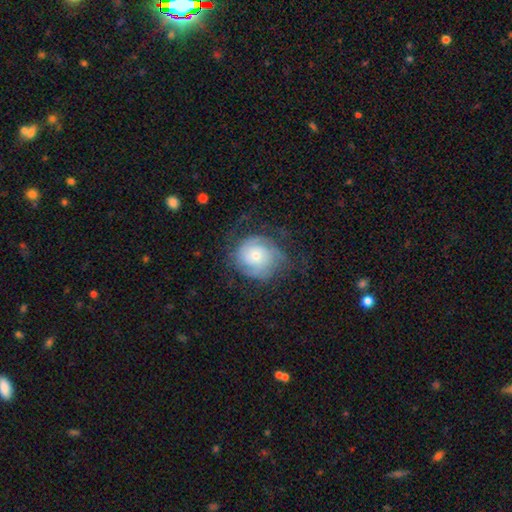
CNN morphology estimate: Smooth or featured: featured or disk — 70% (smooth — 23%)
Edge-on disk: no — 98% (yes — 2%)
Bar: no — 79% (weak — 18%)
Spiral arms: yes — 91% (no — 9%)
Spiral winding: tight — 59% (medium — 29%)
Spiral arm count: can't tell — 35% (2 — 28%)
Bulge size: small — 54% (moderate — 38%)
Merging: none — 62% (minor disturbance — 20%)